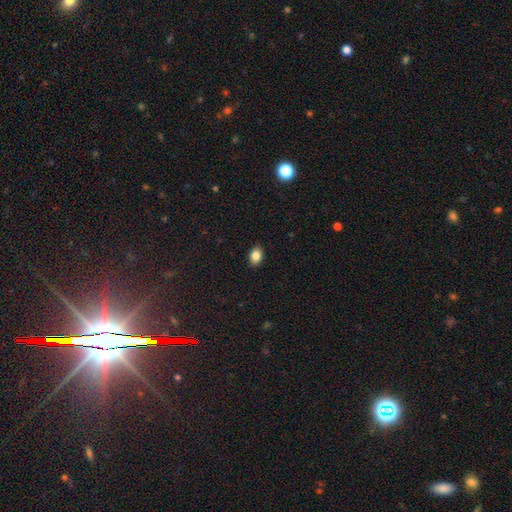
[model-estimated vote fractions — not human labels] This appears to be a smooth galaxy with no disk features (86%) that is in between round and cigar-shaped (79%). Merging: none (89%).